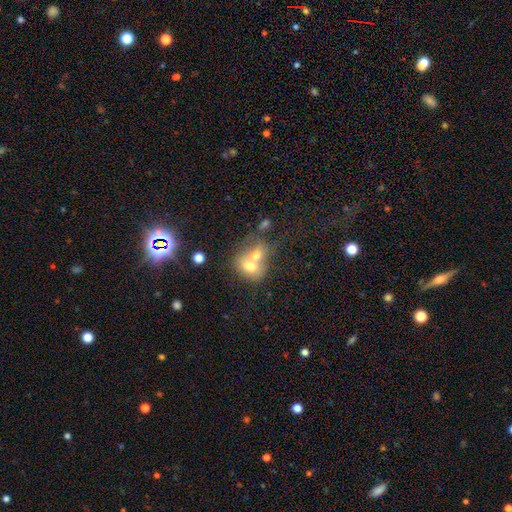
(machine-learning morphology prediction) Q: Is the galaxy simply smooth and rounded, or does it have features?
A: smooth — 65%.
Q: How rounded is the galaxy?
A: round — 51%.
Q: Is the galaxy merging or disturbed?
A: merger — 73%.